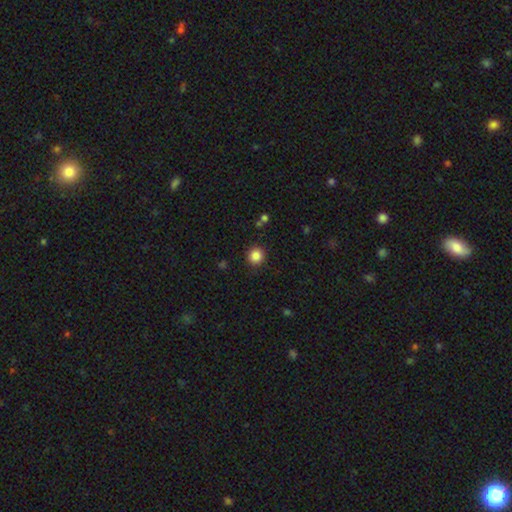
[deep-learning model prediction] This is clearly a smooth galaxy (86%). How rounded: clearly round (91%). Merging: clearly none (90%).